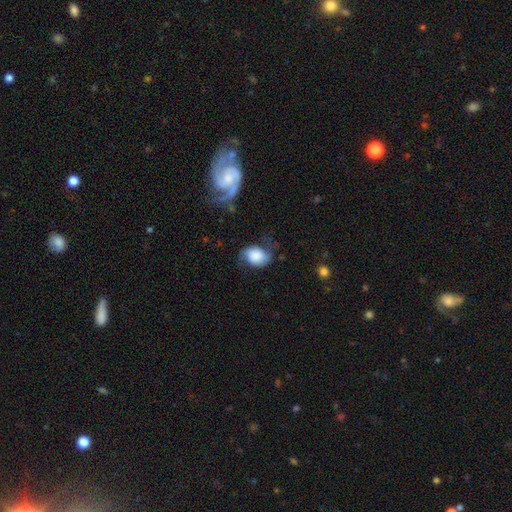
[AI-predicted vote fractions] Overall: smooth (50%; featured or disk 41%). How rounded: in between (63%; round 36%). Merging: none (51%; minor disturbance 29%).